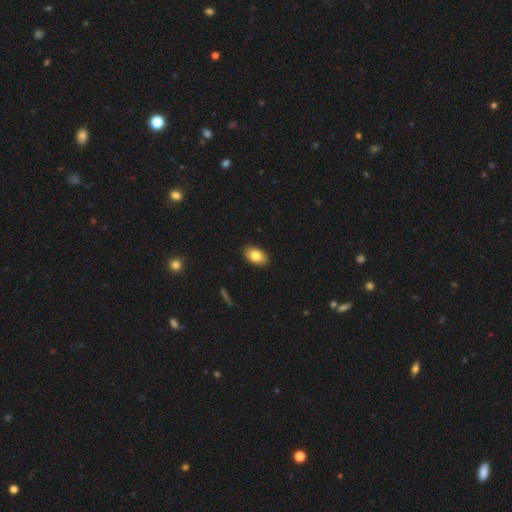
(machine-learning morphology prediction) smooth_or_featured: smooth (p=0.82) [alt: featured or disk p=0.11]
how_rounded: in between (p=0.91) [alt: round p=0.07]
merging: none (p=0.90) [alt: minor disturbance p=0.08]